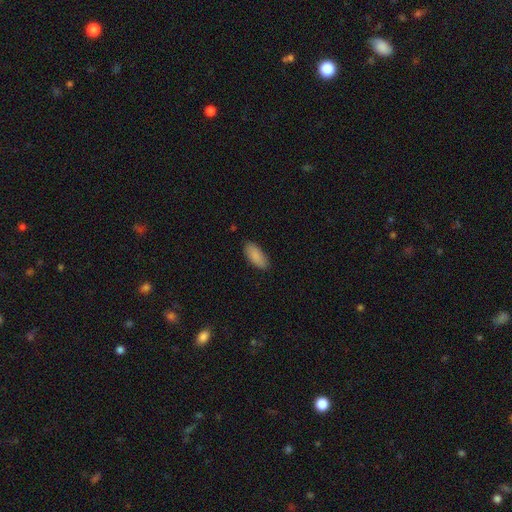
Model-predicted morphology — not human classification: smooth_or_featured: smooth (p=0.89) [alt: star or artifact p=0.06]
how_rounded: in between (p=0.85) [alt: cigar-shaped p=0.14]
merging: none (p=0.85) [alt: minor disturbance p=0.12]